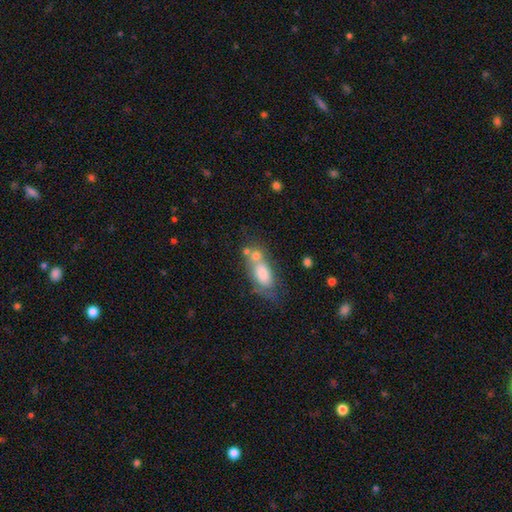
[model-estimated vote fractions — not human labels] Smooth or featured?
  - smooth: 73% *
  - featured or disk: 18%
  - star or artifact: 9%
How rounded?
  - in between: 78% *
  - cigar-shaped: 13%
  - round: 9%
Merging?
  - none: 41% *
  - merger: 30%
  - minor disturbance: 18%
  - major disturbance: 11%